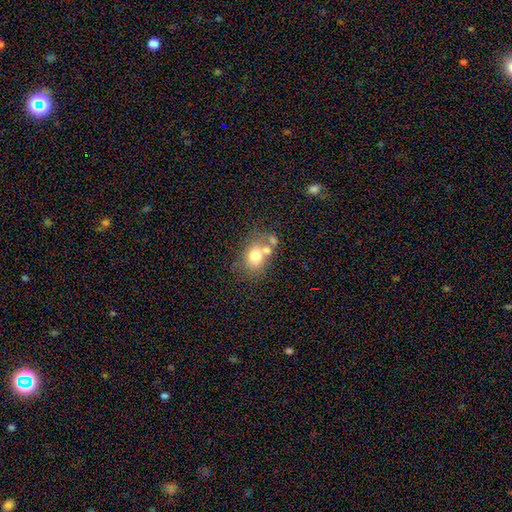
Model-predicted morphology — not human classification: smooth-or-featured: smooth: 71% | featured or disk: 18% | star or artifact: 11%
  how-rounded: in between: 58% | round: 41% | cigar-shaped: 1%
  merging: none: 46% | merger: 34% | minor disturbance: 14% | major disturbance: 6%